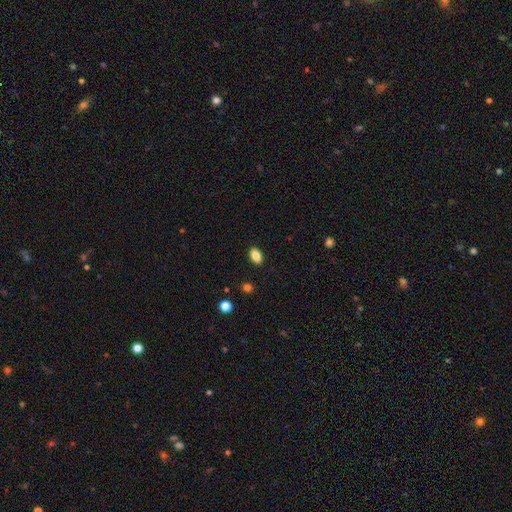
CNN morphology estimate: Q: Smooth or featured?
A: smooth (86%); runner-up: star or artifact (9%)
Q: How rounded?
A: in between (90%); runner-up: round (8%)
Q: Merging?
A: none (89%); runner-up: minor disturbance (8%)